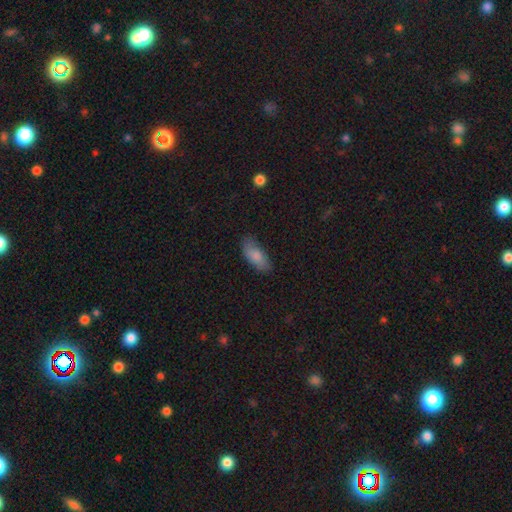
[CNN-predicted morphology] Smooth or featured?
  - smooth: 82% *
  - featured or disk: 12%
  - star or artifact: 6%
How rounded?
  - in between: 85% *
  - cigar-shaped: 13%
  - round: 2%
Merging?
  - none: 74% *
  - minor disturbance: 20%
  - major disturbance: 4%
  - merger: 1%